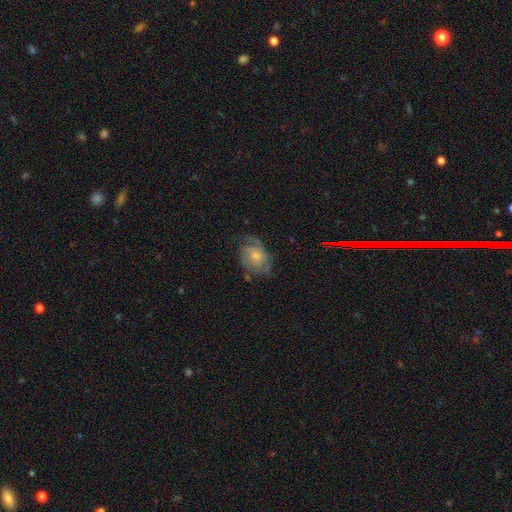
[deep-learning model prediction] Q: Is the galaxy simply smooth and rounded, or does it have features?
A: featured or disk — 52%.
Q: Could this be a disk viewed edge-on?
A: no — 97%.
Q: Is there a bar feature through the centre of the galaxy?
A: no — 79%.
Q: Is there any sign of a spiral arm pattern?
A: yes — 74%.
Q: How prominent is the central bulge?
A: small — 52%.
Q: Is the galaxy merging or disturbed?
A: none — 47%.